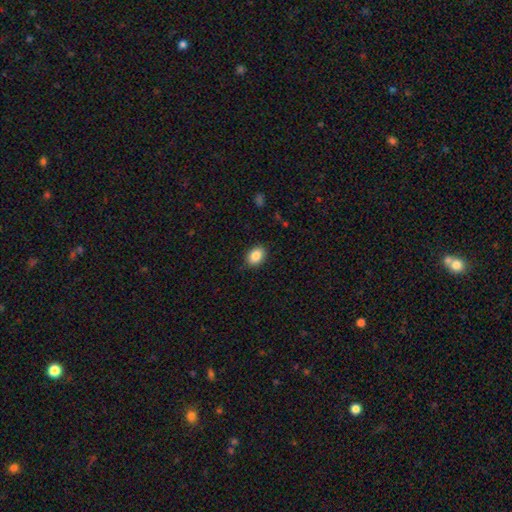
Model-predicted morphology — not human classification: type=smooth (87%); roundness=in between (75%); merging=none (88%).